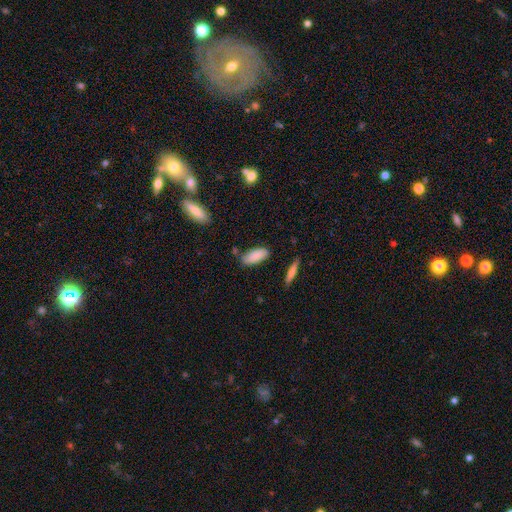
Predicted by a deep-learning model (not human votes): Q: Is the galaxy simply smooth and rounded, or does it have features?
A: smooth — 85%.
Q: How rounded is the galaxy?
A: in between — 82%.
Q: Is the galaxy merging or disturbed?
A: none — 74%.